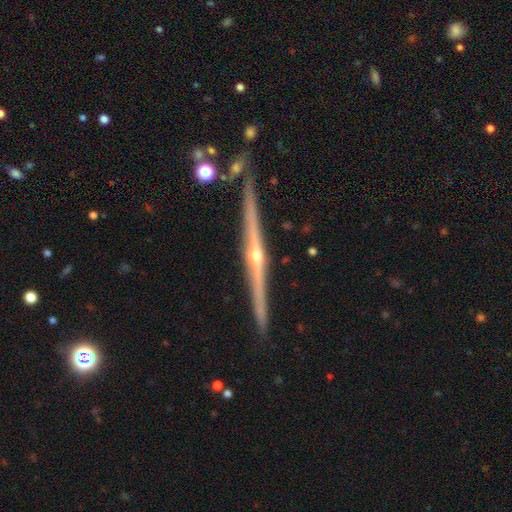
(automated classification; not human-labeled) The model was most divided on "edge-on bulge": rounded: 87%, none: 10%, boxy: 3%. More confident: edge-on disk — yes (98%); merging — none (89%); smooth or featured — featured or disk (88%).